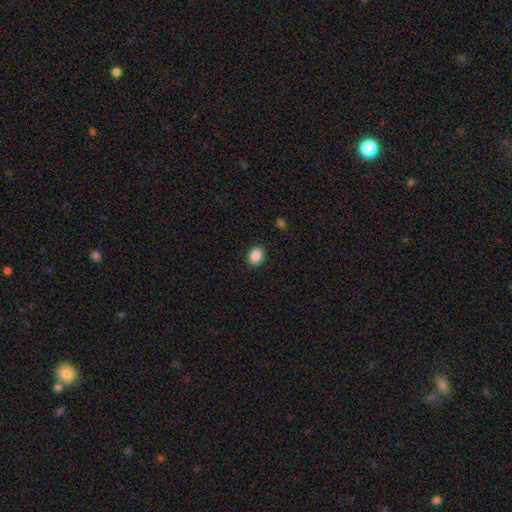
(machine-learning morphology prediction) smooth 88%, star or artifact 8%, featured or disk 4%. Down the decision tree: how rounded — round (50%); merging — none (90%).